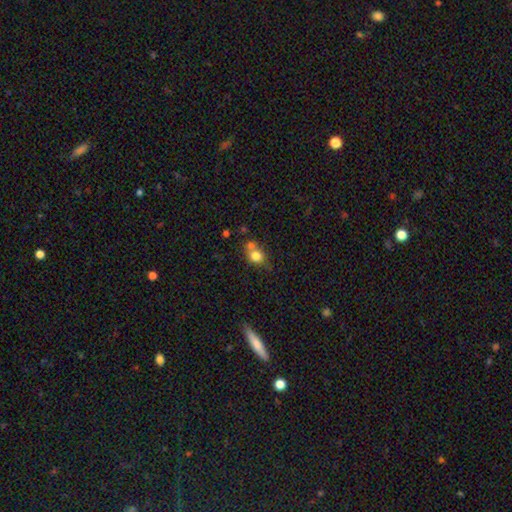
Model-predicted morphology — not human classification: Smooth or featured? smooth (78%)
How rounded? round (72%)
Merging? none (46%)